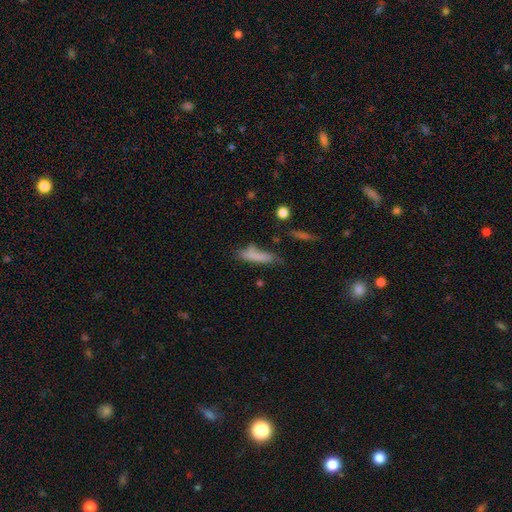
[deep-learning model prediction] A smooth galaxy with no disk features (76%) that is cigar-shaped (73%).

Vote fractions:
- Smooth or featured? smooth: 76% / featured or disk: 15% / star or artifact: 9%
- How rounded? cigar-shaped: 73% / in between: 25% / round: 2%
- Merging? none: 54% / minor disturbance: 28% / major disturbance: 11% / merger: 7%